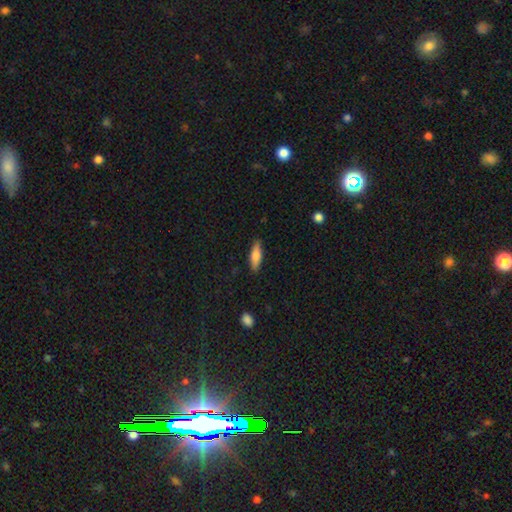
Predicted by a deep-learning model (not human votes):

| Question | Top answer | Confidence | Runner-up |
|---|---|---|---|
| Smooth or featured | smooth | 74% | featured or disk (20%) |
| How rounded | in between | 49% | cigar-shaped (48%) |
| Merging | none | 86% | minor disturbance (10%) |